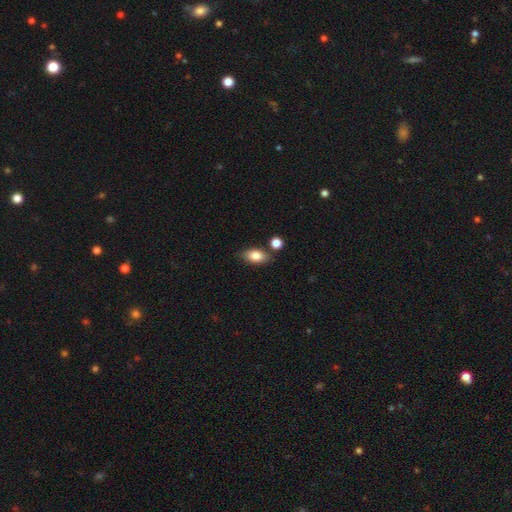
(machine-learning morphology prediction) This appears to be a smooth galaxy with no disk features (83%) that is in between round and cigar-shaped (88%). Merging: none (75%).